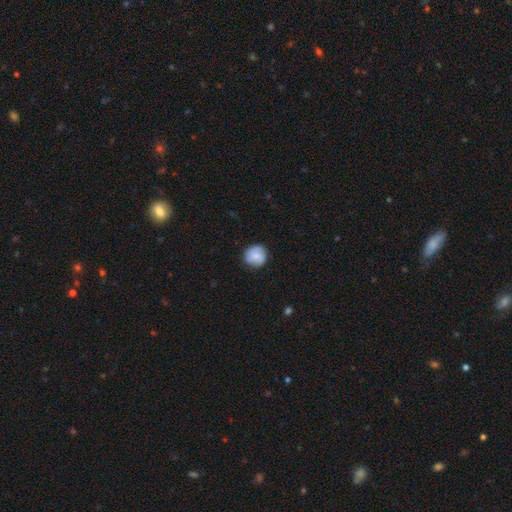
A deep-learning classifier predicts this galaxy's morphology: smooth 69%, featured or disk 24%, star or artifact 7%. Down the decision tree: how rounded — round (91%); merging — none (83%).